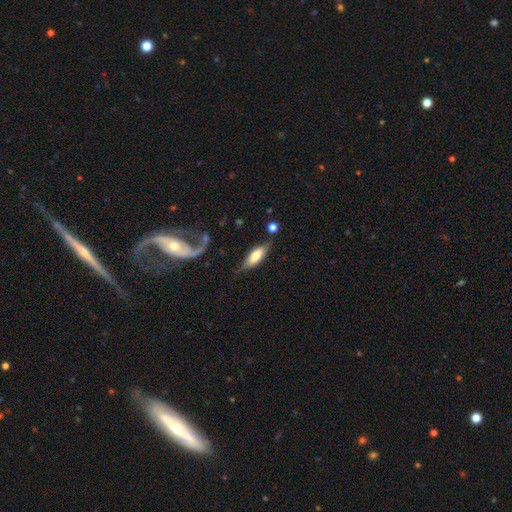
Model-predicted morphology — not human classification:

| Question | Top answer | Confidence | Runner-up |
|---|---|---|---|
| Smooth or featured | smooth | 65% | featured or disk (29%) |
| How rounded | in between | 66% | cigar-shaped (31%) |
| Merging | none | 65% | minor disturbance (21%) |